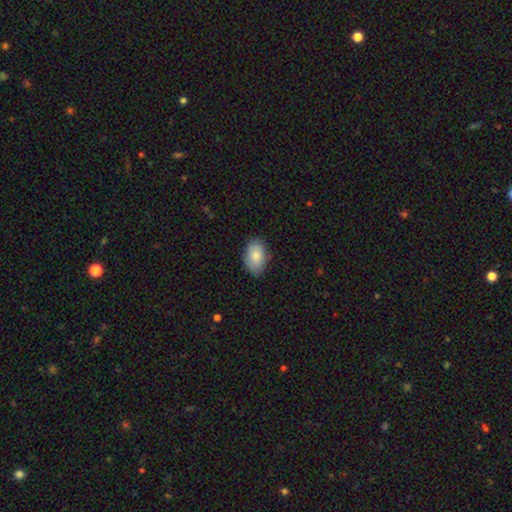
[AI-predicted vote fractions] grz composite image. It shows a smooth galaxy with no disk features (84%) that is in between round and cigar-shaped (90%). Merging: none (83%).